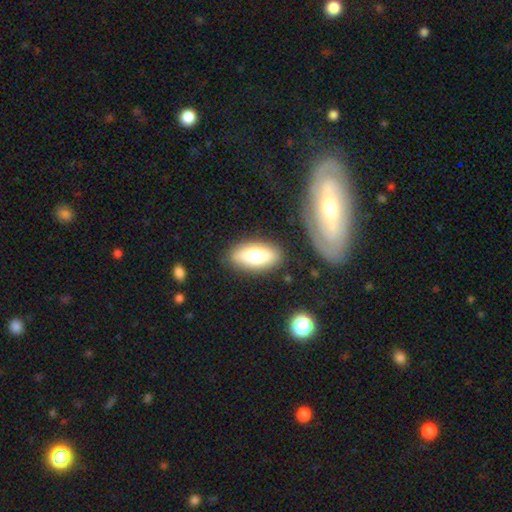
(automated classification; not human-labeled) Morphology: type=smooth (68%); roundness=in between (84%); merging=none (84%).